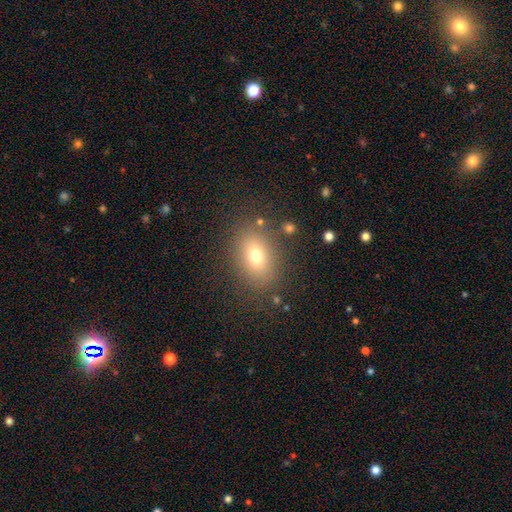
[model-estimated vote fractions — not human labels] Smooth or featured? smooth (72%)
How rounded? in between (74%)
Merging? none (82%)